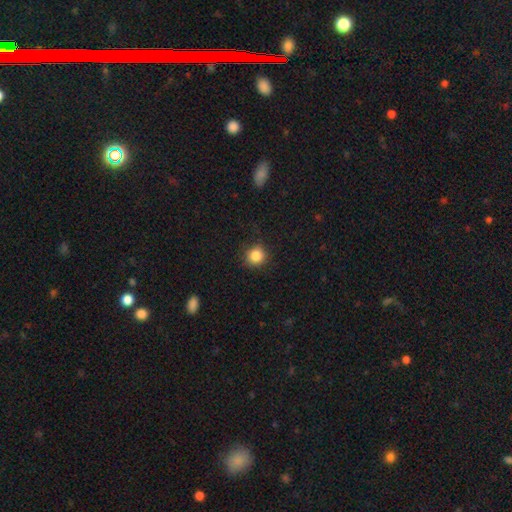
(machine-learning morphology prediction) Smooth or featured?
  - smooth: 85% *
  - star or artifact: 11%
  - featured or disk: 5%
How rounded?
  - round: 90% *
  - in between: 9%
  - cigar-shaped: 1%
Merging?
  - none: 87% *
  - minor disturbance: 9%
  - major disturbance: 2%
  - merger: 1%